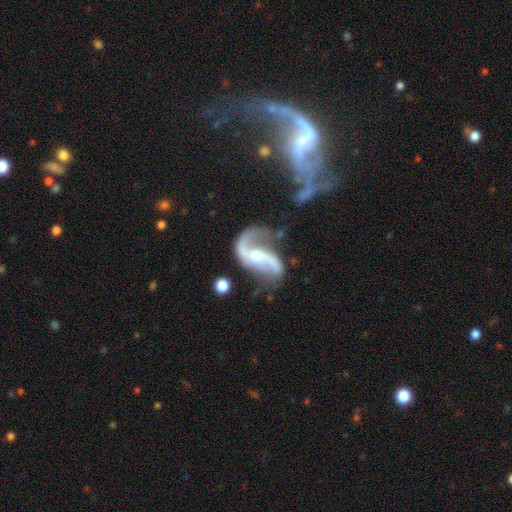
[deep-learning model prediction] A featured or disk galaxy (90%) with no bar (44%), 2 (91%) loose (70%) spiral arms (96%) and a moderate central bulge (53%). Merging: none (52%).